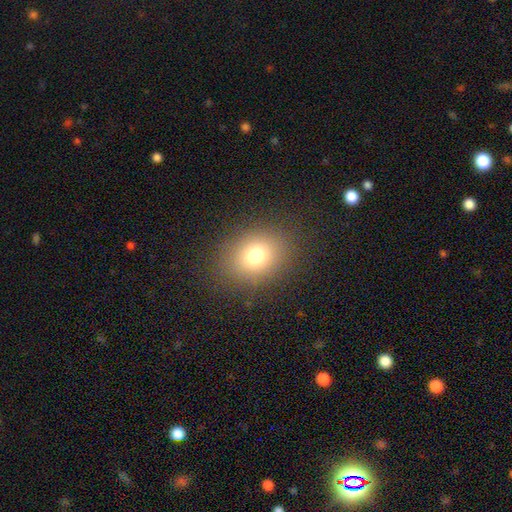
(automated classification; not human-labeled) Smooth or featured? smooth (75%)
How rounded? round (55%)
Merging? none (86%)